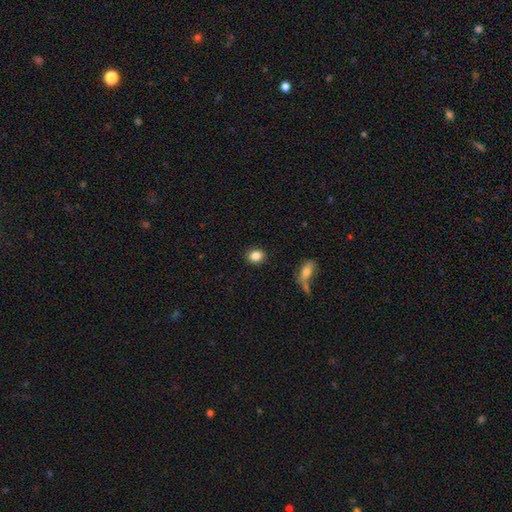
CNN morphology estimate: Smooth or featured? smooth (85%)
How rounded? round (57%)
Merging? none (88%)